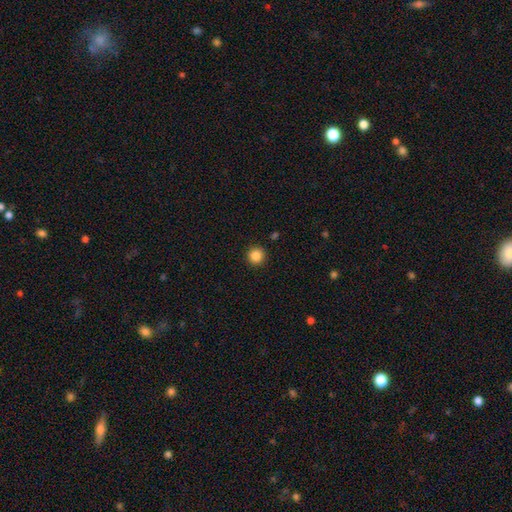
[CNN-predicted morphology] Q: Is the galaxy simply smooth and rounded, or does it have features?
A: smooth — 86%.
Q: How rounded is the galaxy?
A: round — 95%.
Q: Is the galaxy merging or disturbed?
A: none — 92%.